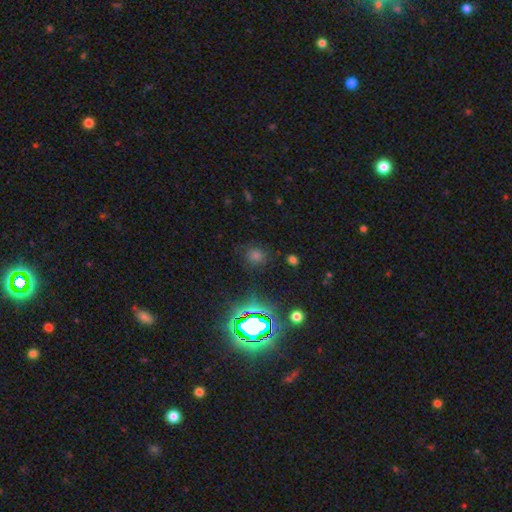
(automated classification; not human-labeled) smooth 47%, star or artifact 45%, featured or disk 8%. Down the decision tree: merging — none (84%).